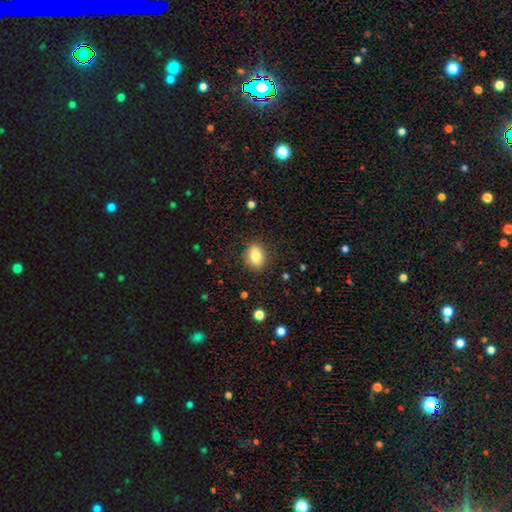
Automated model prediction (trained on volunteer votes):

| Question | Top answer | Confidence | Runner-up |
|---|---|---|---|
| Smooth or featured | smooth | 83% | star or artifact (9%) |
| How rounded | in between | 80% | round (17%) |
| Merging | none | 85% | minor disturbance (11%) |